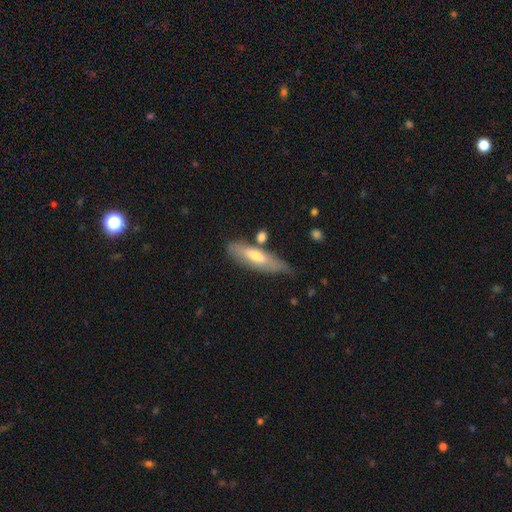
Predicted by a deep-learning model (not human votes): smooth-or-featured: smooth: 53% | featured or disk: 41% | star or artifact: 6%
  how-rounded: cigar-shaped: 65% | in between: 33% | round: 2%
  merging: none: 62% | minor disturbance: 23% | merger: 8% | major disturbance: 6%